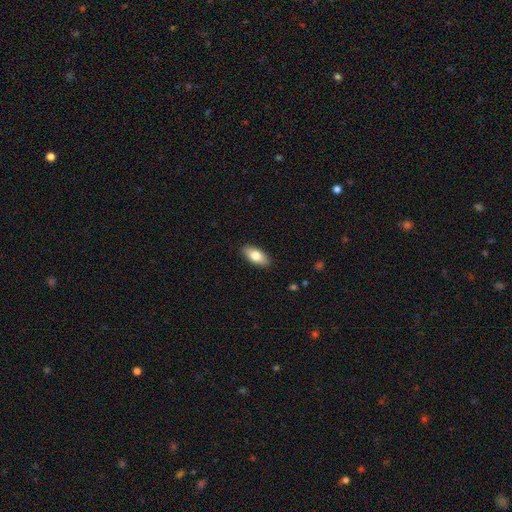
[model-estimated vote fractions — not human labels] smooth-or-featured: smooth: 77% | featured or disk: 17% | star or artifact: 6%
  how-rounded: in between: 86% | cigar-shaped: 11% | round: 3%
  merging: none: 89% | minor disturbance: 8% | major disturbance: 2% | merger: 1%